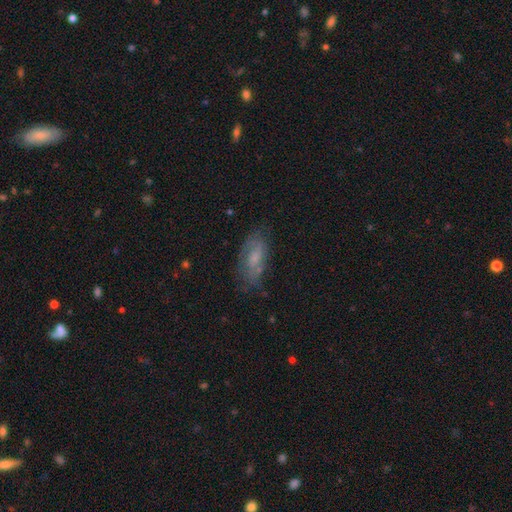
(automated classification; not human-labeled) Overall: featured or disk (45%; smooth 44%). Merging: none (67%).